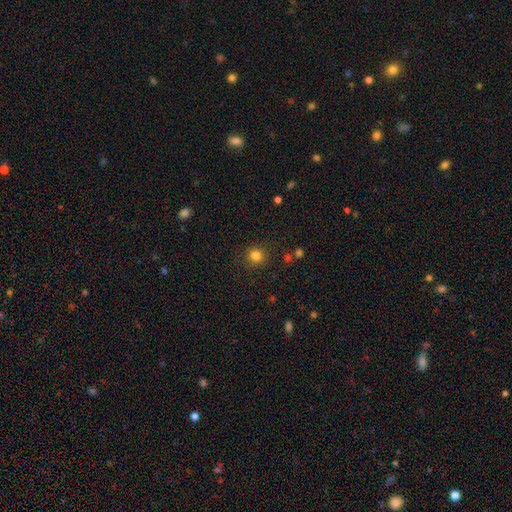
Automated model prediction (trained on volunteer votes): The model was most divided on "smooth or featured": smooth: 82%, star or artifact: 13%, featured or disk: 5%. More confident: how rounded — round (90%); merging — none (88%).